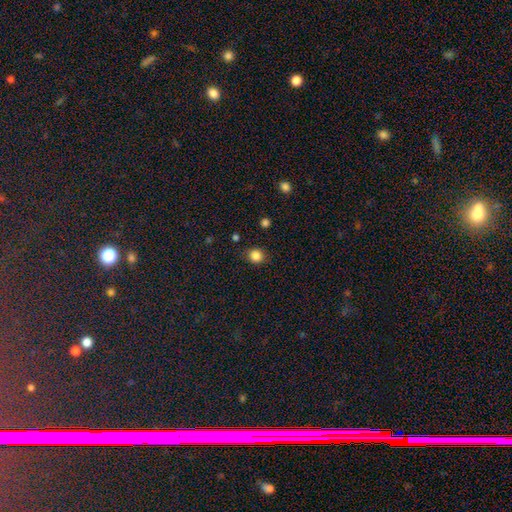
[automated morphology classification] This is clearly a smooth galaxy (85%). How rounded: clearly round (81%). Merging: clearly none (85%).